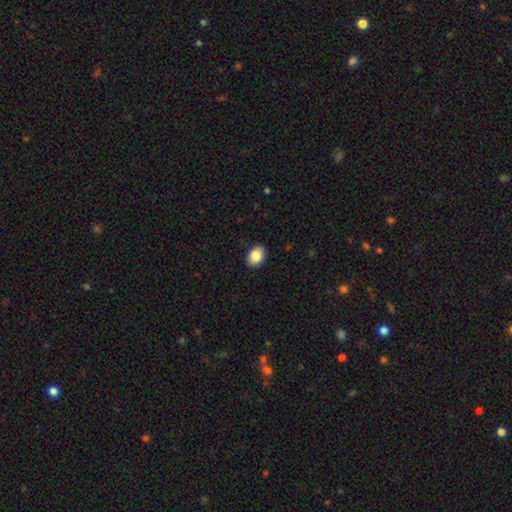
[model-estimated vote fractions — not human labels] This appears to be a smooth galaxy with no disk features (86%) that is in between round and cigar-shaped (84%). Merging: none (89%).